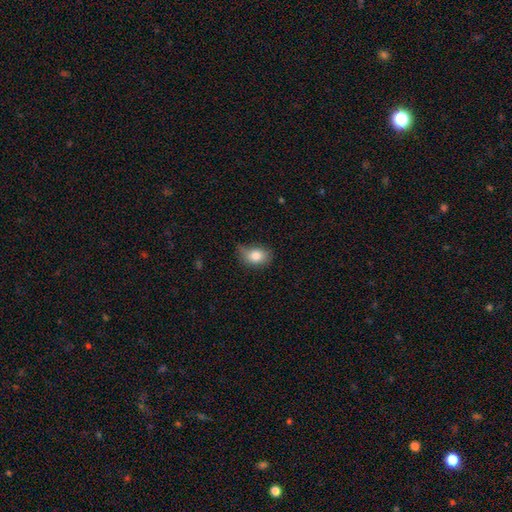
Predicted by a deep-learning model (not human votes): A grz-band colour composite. It shows a smooth galaxy with no disk features (82%) that is in between round and cigar-shaped (68%). Merging: none (49%).